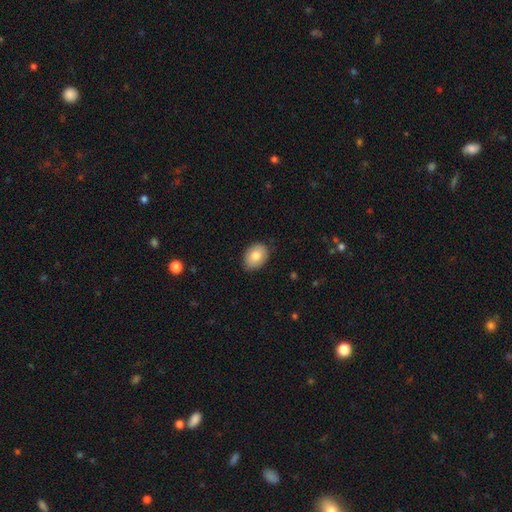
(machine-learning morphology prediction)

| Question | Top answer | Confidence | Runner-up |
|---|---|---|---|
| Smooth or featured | smooth | 80% | featured or disk (13%) |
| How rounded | in between | 71% | round (28%) |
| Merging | none | 83% | minor disturbance (14%) |